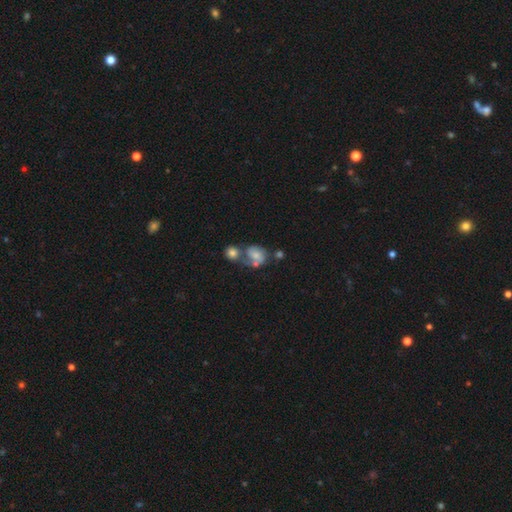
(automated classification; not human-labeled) Q: Smooth or featured?
A: featured or disk (51%); runner-up: smooth (40%)
Q: Edge-on disk?
A: no (98%); runner-up: yes (2%)
Q: Merging?
A: merger (46%); runner-up: none (27%)